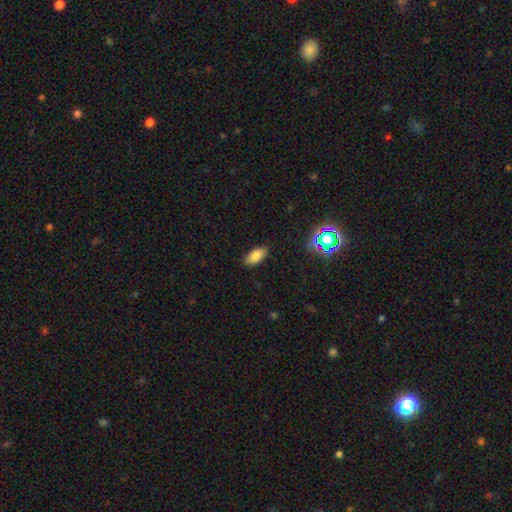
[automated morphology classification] Smooth or featured: smooth — 82% (star or artifact — 10%)
How rounded: in between — 90% (cigar-shaped — 7%)
Merging: none — 87% (minor disturbance — 10%)